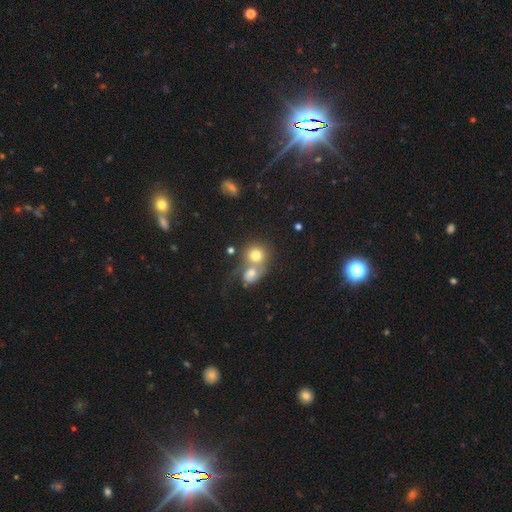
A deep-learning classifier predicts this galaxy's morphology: A smooth galaxy with no disk features (68%) that is round (76%).

Vote fractions:
- Smooth or featured? smooth: 68% / featured or disk: 22% / star or artifact: 10%
- How rounded? round: 76% / in between: 23% / cigar-shaped: 1%
- Merging? merger: 69% / none: 19% / major disturbance: 6% / minor disturbance: 6%